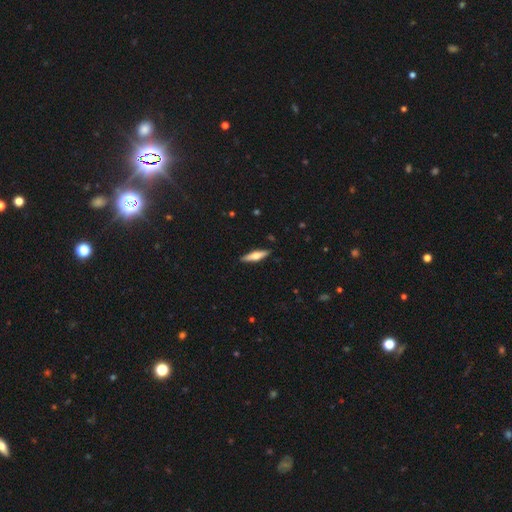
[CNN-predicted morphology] type=featured or disk (50%); merging=none (90%).